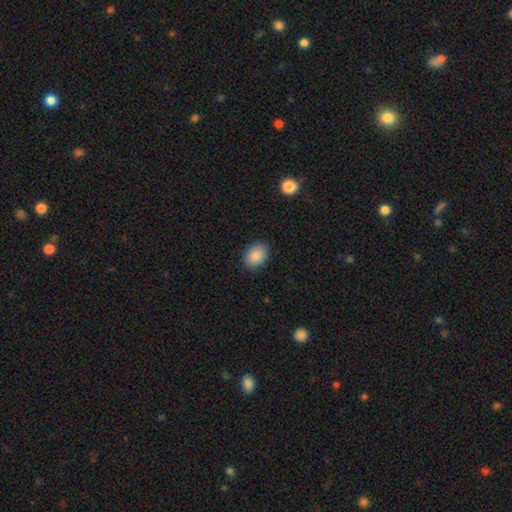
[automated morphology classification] The model was most divided on "how rounded": in between: 75%, round: 23%, cigar-shaped: 1%. More confident: smooth or featured — smooth (89%); merging — none (88%).